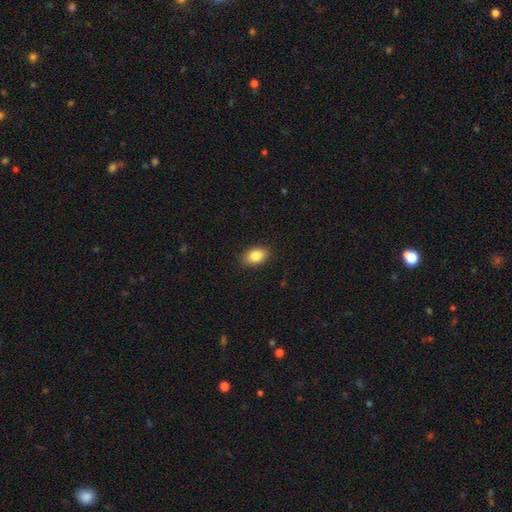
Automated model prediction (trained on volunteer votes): Morphology: type=smooth (85%); roundness=in between (84%); merging=none (88%).